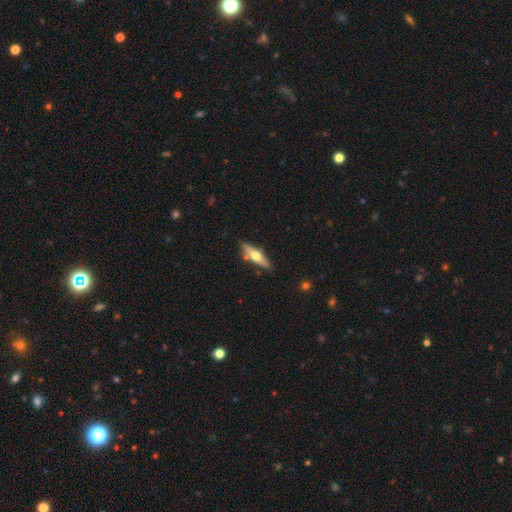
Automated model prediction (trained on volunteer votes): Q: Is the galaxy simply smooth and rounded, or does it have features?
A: featured or disk — 52%.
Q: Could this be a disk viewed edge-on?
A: yes — 88%.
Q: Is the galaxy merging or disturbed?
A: none — 79%.